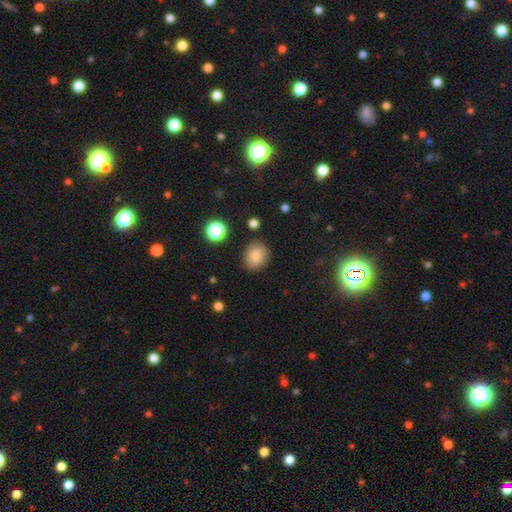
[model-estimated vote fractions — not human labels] The model was most divided on "how rounded": round: 57%, in between: 42%, cigar-shaped: 1%. More confident: merging — none (83%); smooth or featured — smooth (79%).